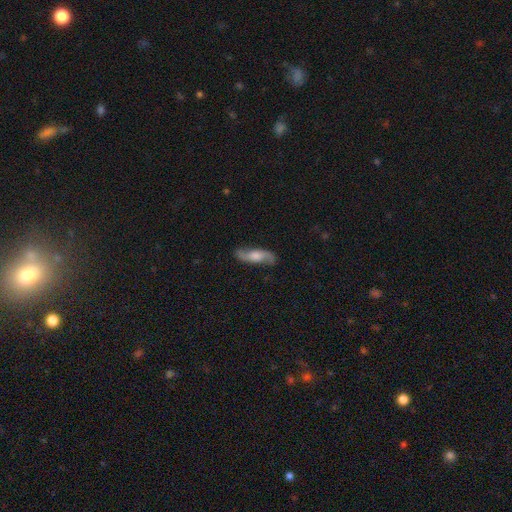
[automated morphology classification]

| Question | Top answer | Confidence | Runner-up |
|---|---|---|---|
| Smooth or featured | featured or disk | 73% | smooth (20%) |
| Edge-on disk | no | 81% | yes (19%) |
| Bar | no | 57% | weak (32%) |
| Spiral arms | yes | 94% | no (6%) |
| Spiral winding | loose | 58% | medium (32%) |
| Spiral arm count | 2 | 91% | can't tell (4%) |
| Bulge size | moderate | 45% | large (27%) |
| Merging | none | 83% | minor disturbance (12%) |